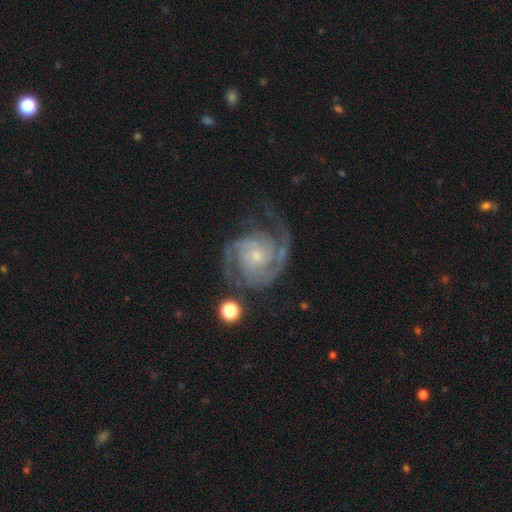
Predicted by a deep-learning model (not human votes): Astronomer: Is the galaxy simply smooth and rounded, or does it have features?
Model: featured or disk — 92%.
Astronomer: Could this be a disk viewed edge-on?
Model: no — 98%.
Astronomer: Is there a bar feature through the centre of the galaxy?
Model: no — 69%.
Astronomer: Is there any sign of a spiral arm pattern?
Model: yes — 98%.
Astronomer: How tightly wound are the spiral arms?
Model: tight — 54% (runner-up: medium, 39%).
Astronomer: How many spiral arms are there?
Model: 2 — 67%.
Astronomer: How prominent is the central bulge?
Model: small — 73%.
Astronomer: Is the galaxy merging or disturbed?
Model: none — 70%.